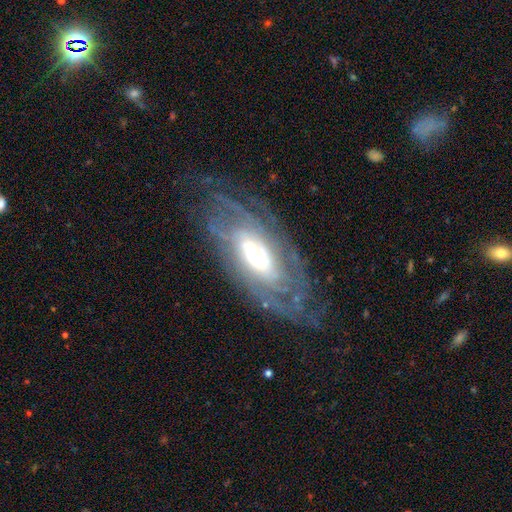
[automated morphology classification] Smooth or featured? Predicted: featured or disk (p=0.84). Edge-on disk? Predicted: no (p=0.90). Bar? Predicted: no (p=0.46). Spiral arms? Predicted: yes (p=0.90). Spiral winding? Predicted: tight (p=0.65). Spiral arm count? Predicted: can't tell (p=0.46). Bulge size? Predicted: moderate (p=0.56). Merging? Predicted: none (p=0.71).